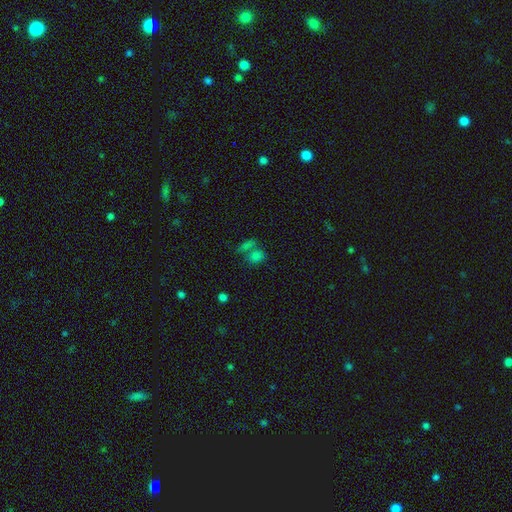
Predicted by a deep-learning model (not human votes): Morphology: type=smooth (73%); roundness=in between (61%); merging=merger (44%).